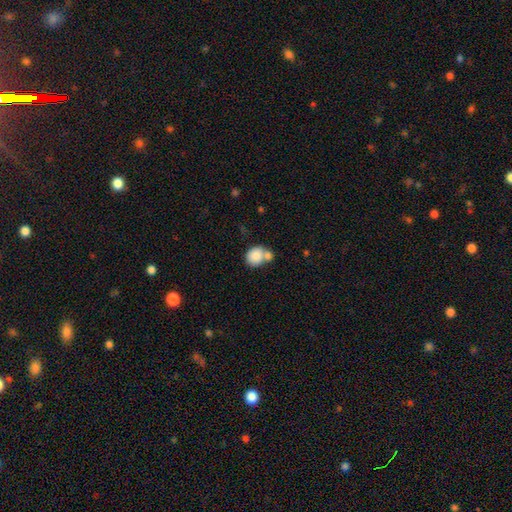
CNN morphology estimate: Smooth or featured? smooth (83%)
How rounded? round (67%)
Merging? merger (46%)